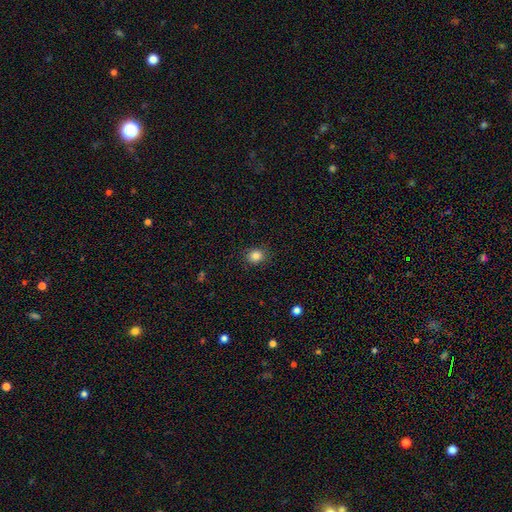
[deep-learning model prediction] smooth-or-featured: smooth: 84% | star or artifact: 11% | featured or disk: 5%
  how-rounded: round: 71% | in between: 28% | cigar-shaped: 1%
  merging: none: 87% | minor disturbance: 10% | major disturbance: 3% | merger: 1%